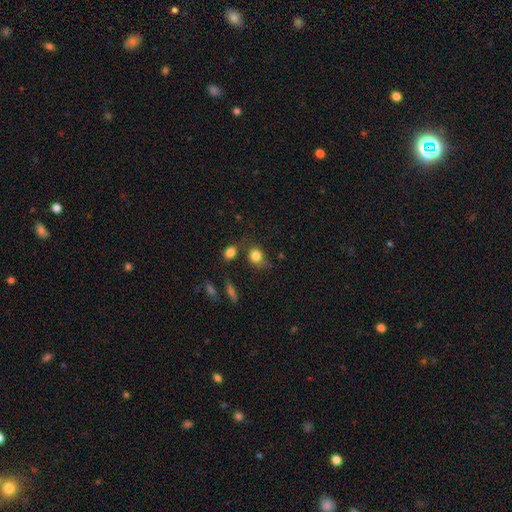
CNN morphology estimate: smooth 80%, star or artifact 11%, featured or disk 9%. Down the decision tree: how rounded — round (59%); merging — none (53%).